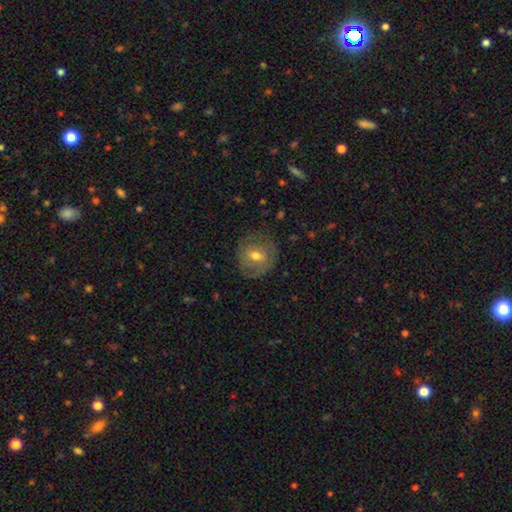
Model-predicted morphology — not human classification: smooth_or_featured: smooth (p=0.47) [alt: featured or disk p=0.44]
merging: none (p=0.74) [alt: minor disturbance p=0.18]